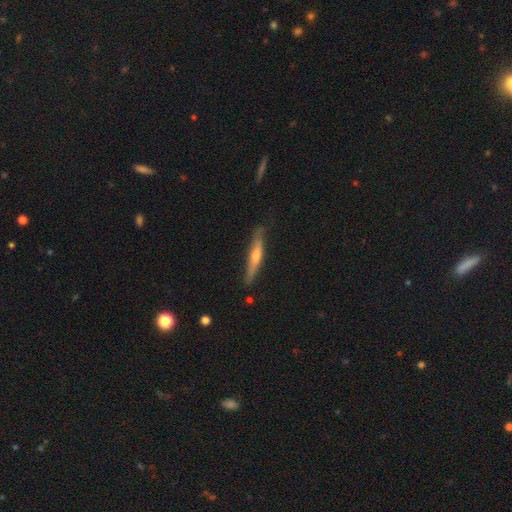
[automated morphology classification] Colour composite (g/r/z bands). It shows a featured or disk galaxy (64%) viewed edge-on (94%) with a rounded central bulge (82%). Merging: none (81%).